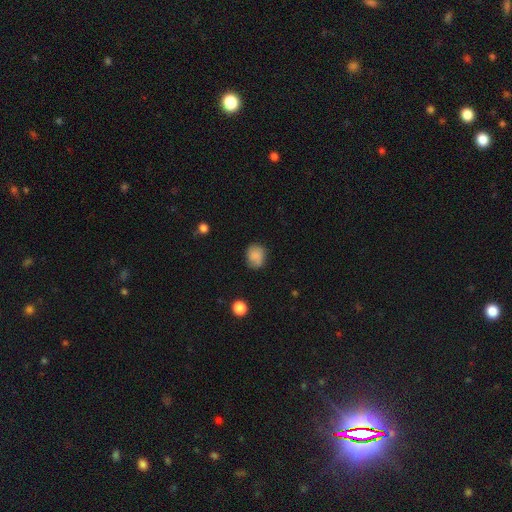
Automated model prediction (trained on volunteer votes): Smooth or featured? Predicted: smooth (p=0.81). How rounded? Predicted: round (p=0.59). Merging? Predicted: none (p=0.67).